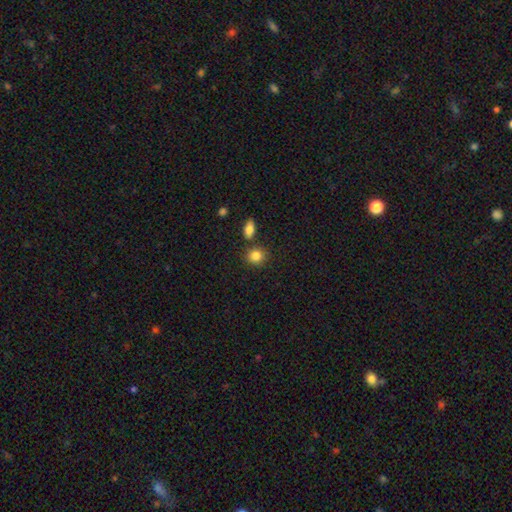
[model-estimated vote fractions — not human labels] The model was most divided on "how rounded": round: 79%, in between: 20%, cigar-shaped: 1%. More confident: smooth or featured — smooth (85%); merging — none (77%).